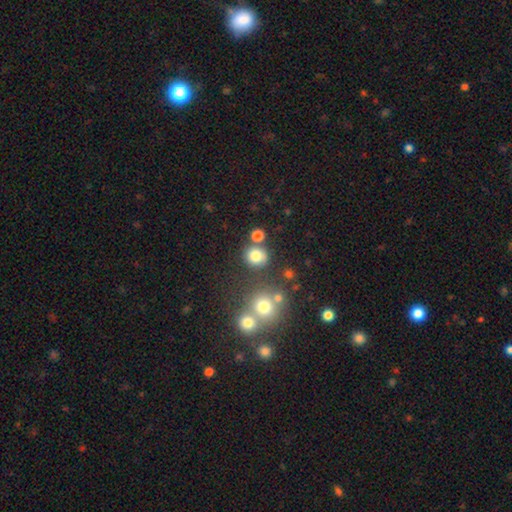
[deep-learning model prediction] Morphology: type=smooth (78%); roundness=round (86%); merging=none (72%).